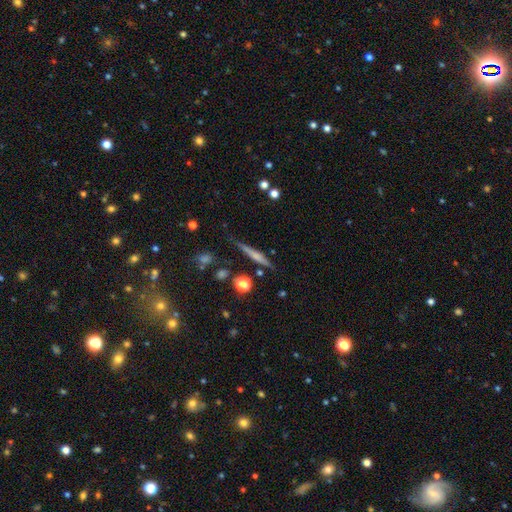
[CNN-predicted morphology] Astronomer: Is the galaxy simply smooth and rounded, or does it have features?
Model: featured or disk — 48% (runner-up: smooth, 43%).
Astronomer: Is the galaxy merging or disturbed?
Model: none — 80%.